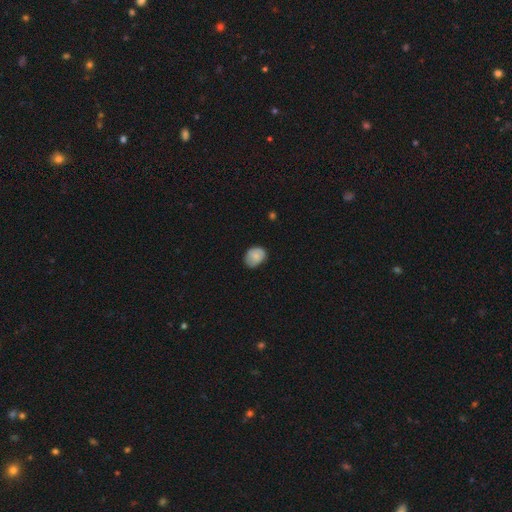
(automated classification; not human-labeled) Smooth or featured? smooth (77%)
How rounded? in between (52%)
Merging? none (69%)